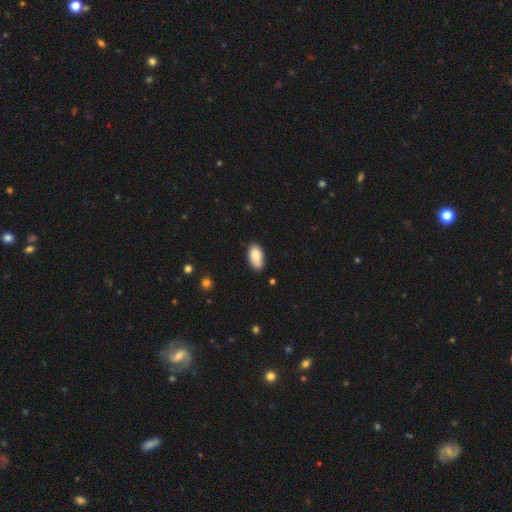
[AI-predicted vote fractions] This is clearly a smooth galaxy (87%). How rounded: clearly in between (95%). Merging: clearly none (80%).